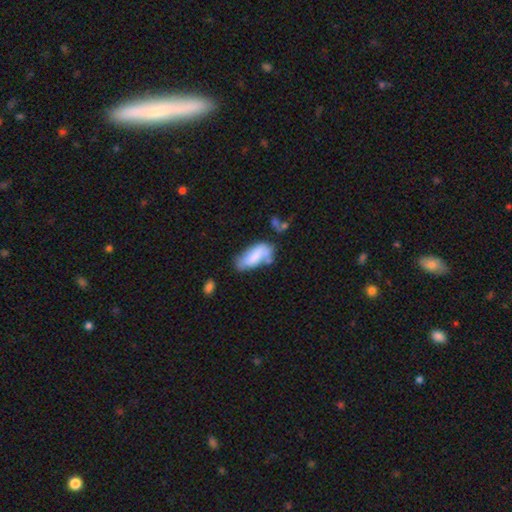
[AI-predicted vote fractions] This is likely a smooth galaxy (72%). How rounded: clearly in between (83%). Merging: marginally none (39%).